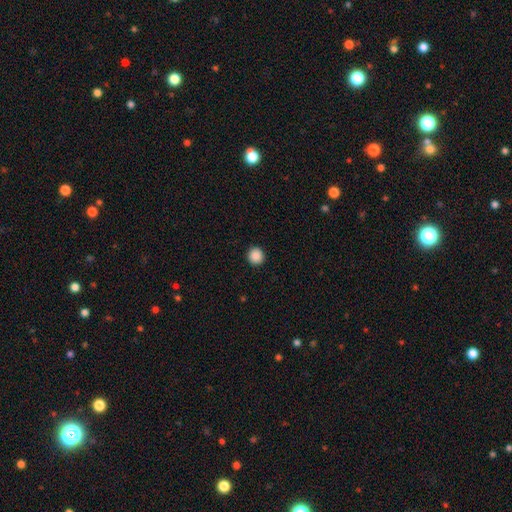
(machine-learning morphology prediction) Q: Smooth or featured?
A: smooth (89%); runner-up: star or artifact (9%)
Q: How rounded?
A: round (94%); runner-up: in between (5%)
Q: Merging?
A: none (93%); runner-up: minor disturbance (5%)